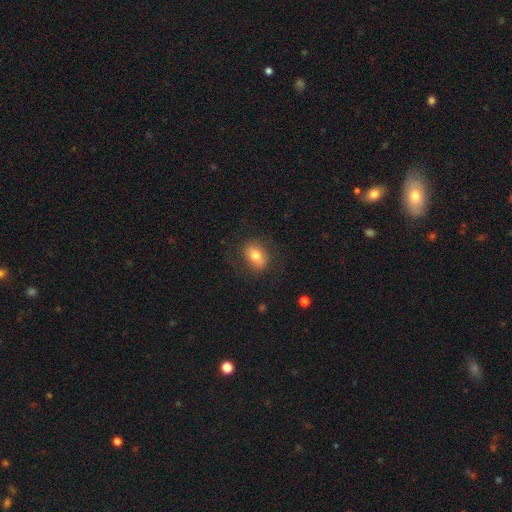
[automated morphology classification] smooth_or_featured: smooth (p=0.73) [alt: featured or disk p=0.19]
how_rounded: in between (p=0.74) [alt: round p=0.24]
merging: none (p=0.78) [alt: minor disturbance p=0.14]